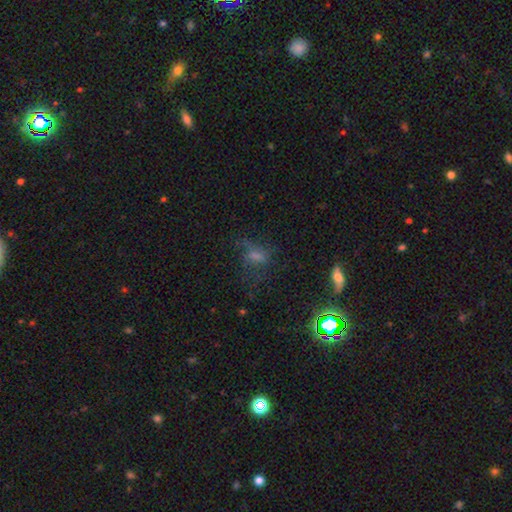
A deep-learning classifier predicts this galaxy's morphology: This is marginally a smooth galaxy (38%). Merging: possibly none (47%).